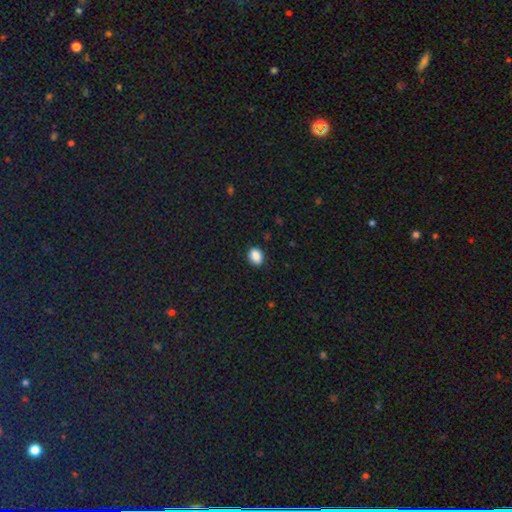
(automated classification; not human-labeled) smooth-or-featured: smooth: 88% | star or artifact: 9% | featured or disk: 3%
  how-rounded: in between: 67% | round: 32% | cigar-shaped: 1%
  merging: none: 87% | minor disturbance: 10% | major disturbance: 2% | merger: 1%